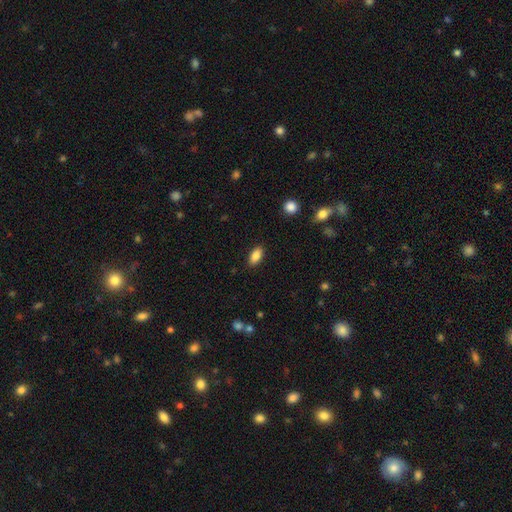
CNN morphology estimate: Smooth or featured? smooth (86%)
How rounded? in between (91%)
Merging? none (88%)